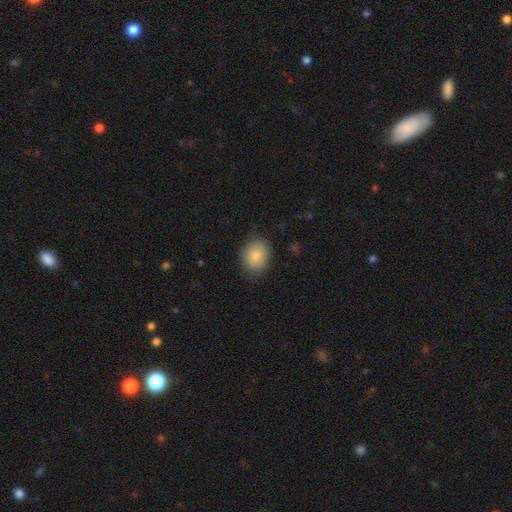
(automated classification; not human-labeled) smooth 83%, featured or disk 9%, star or artifact 8%. Down the decision tree: how rounded — round (57%); merging — none (79%).